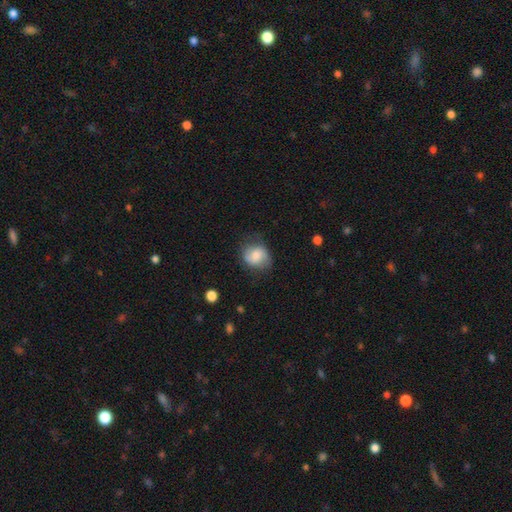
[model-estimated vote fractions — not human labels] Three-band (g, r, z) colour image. It shows a smooth galaxy with no disk features (58%) that is round (62%). Merging: none (64%).